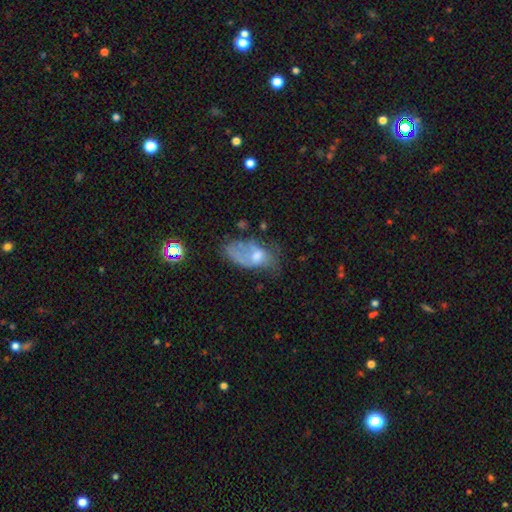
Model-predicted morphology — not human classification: smooth-or-featured: smooth: 45% | featured or disk: 43% | star or artifact: 12%
  merging: major disturbance: 36% | none: 30% | minor disturbance: 27% | merger: 8%